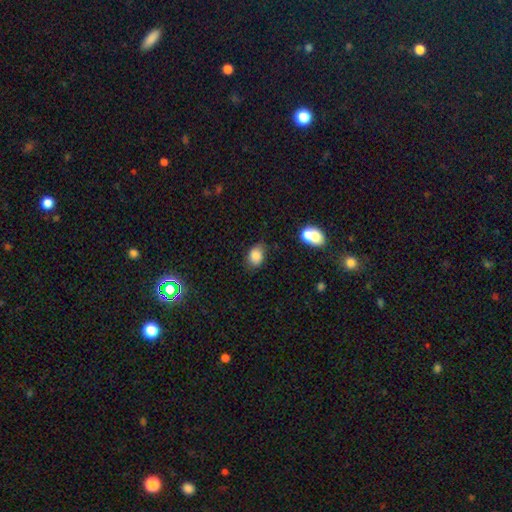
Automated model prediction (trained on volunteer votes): smooth_or_featured: smooth (p=0.84) [alt: star or artifact p=0.09]
how_rounded: in between (p=0.69) [alt: round p=0.30]
merging: none (p=0.68) [alt: minor disturbance p=0.22]